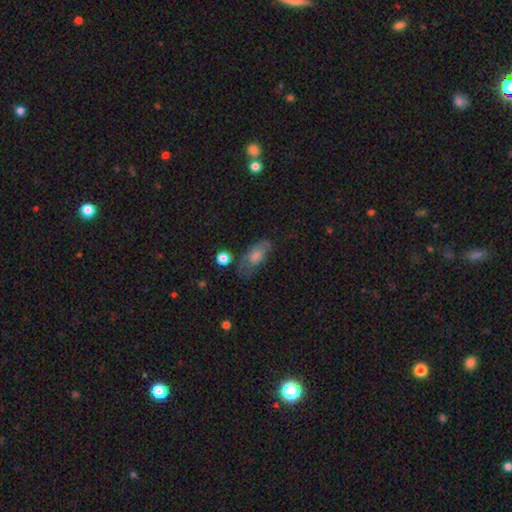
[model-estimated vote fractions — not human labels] A smooth galaxy with no disk features (53%) that is in between round and cigar-shaped (82%).

Vote fractions:
- Smooth or featured? smooth: 53% / featured or disk: 33% / star or artifact: 14%
- How rounded? in between: 82% / cigar-shaped: 12% / round: 7%
- Merging? none: 55% / minor disturbance: 26% / major disturbance: 15% / merger: 4%